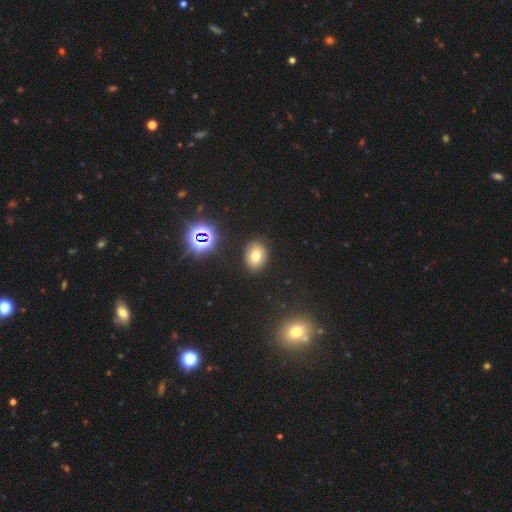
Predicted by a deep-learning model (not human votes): Morphology: type=smooth (68%); roundness=in between (66%); merging=none (87%).